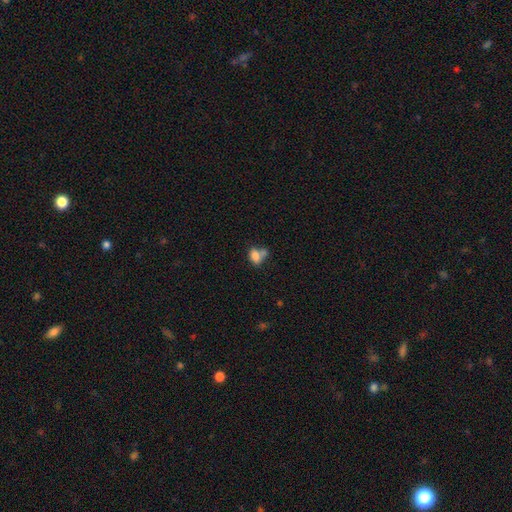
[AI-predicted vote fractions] The model was most divided on "merging": merger: 42%, none: 34%, minor disturbance: 16%, major disturbance: 8%. More confident: smooth or featured — smooth (79%); how rounded — in between (77%).